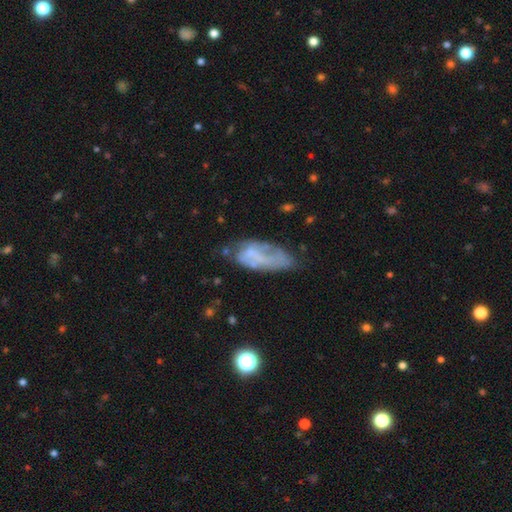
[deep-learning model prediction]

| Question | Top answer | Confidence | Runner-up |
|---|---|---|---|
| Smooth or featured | featured or disk | 50% | smooth (39%) |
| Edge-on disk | no | 89% | yes (11%) |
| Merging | none | 43% | minor disturbance (29%) |